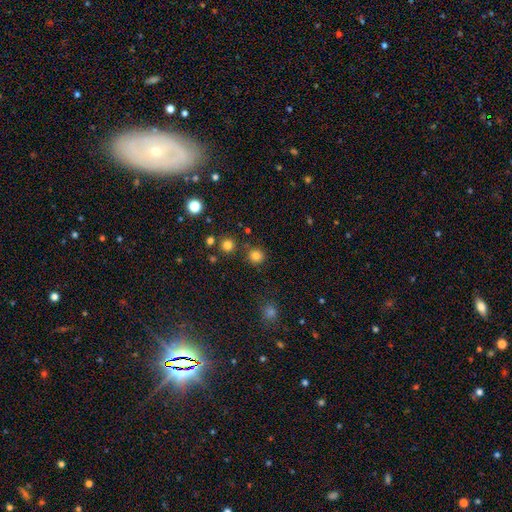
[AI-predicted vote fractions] Q: Smooth or featured?
A: smooth (81%); runner-up: star or artifact (14%)
Q: How rounded?
A: round (93%); runner-up: in between (6%)
Q: Merging?
A: none (84%); runner-up: minor disturbance (7%)